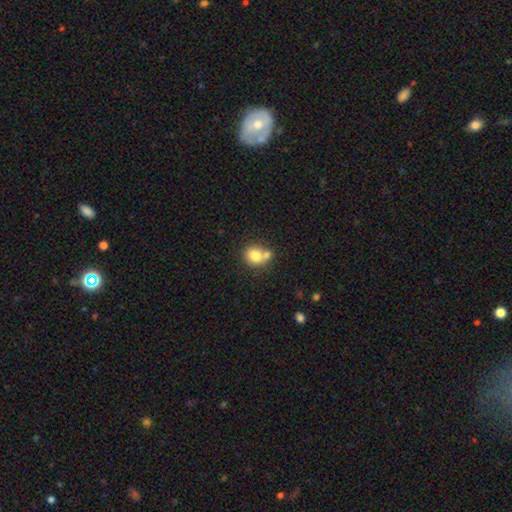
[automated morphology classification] smooth-or-featured: smooth: 77% | featured or disk: 13% | star or artifact: 10%
  how-rounded: round: 74% | in between: 25% | cigar-shaped: 1%
  merging: none: 44% | merger: 41% | minor disturbance: 11% | major disturbance: 4%